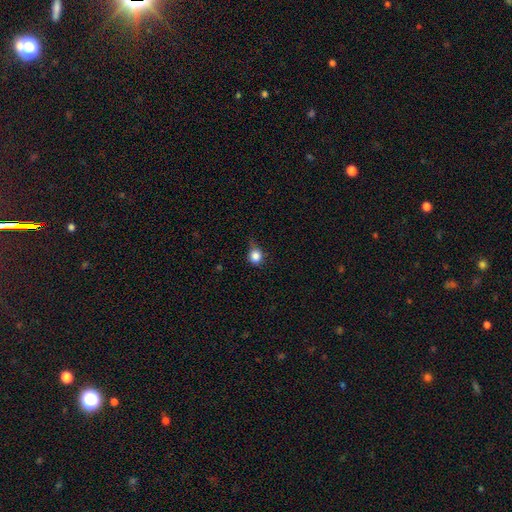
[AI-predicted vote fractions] Smooth or featured? Predicted: smooth (p=0.83). How rounded? Predicted: round (p=0.83). Merging? Predicted: none (p=0.61).